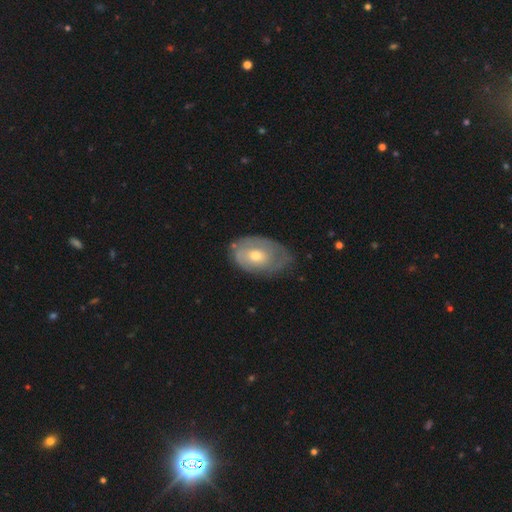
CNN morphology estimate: This appears to be a featured or disk galaxy (51%). Merging: none (55%).